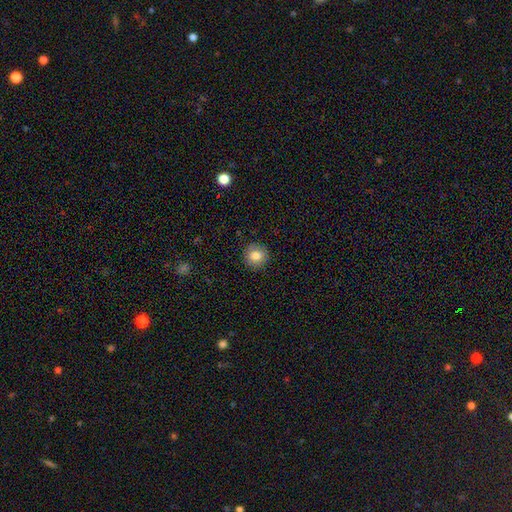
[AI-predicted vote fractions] Smooth or featured? Predicted: smooth (p=0.82). How rounded? Predicted: round (p=0.91). Merging? Predicted: none (p=0.90).